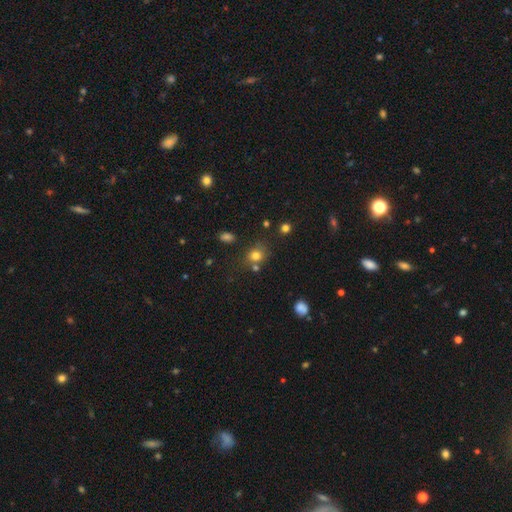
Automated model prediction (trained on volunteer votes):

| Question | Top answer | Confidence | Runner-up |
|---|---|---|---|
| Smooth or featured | smooth | 76% | star or artifact (16%) |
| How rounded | round | 72% | in between (27%) |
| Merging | none | 64% | minor disturbance (15%) |